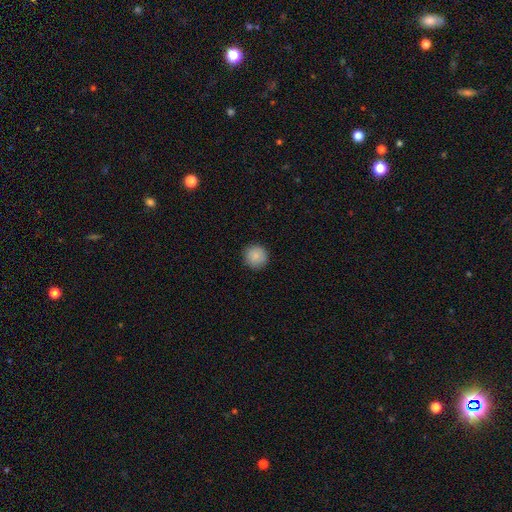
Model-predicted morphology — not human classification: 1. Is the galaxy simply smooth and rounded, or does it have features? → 87% smooth, 9% star or artifact, 4% featured or disk.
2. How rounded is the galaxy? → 95% round, 4% in between, 1% cigar-shaped.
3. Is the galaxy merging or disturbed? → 91% none, 6% minor disturbance, 2% major disturbance, 1% merger.